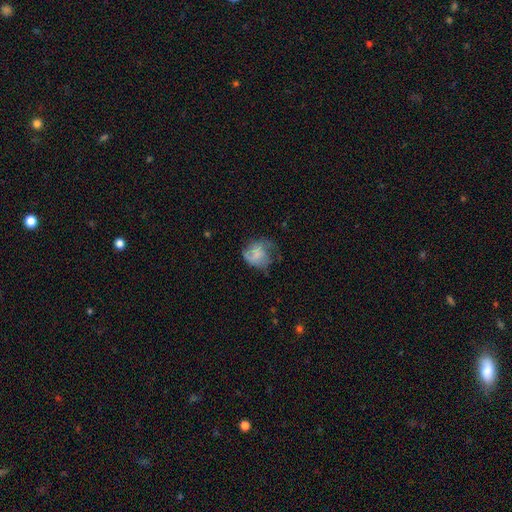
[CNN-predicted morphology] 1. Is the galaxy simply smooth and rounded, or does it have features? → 57% smooth, 33% featured or disk, 10% star or artifact.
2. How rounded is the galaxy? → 61% round, 38% in between, 1% cigar-shaped.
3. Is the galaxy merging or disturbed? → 36% none, 32% major disturbance, 30% minor disturbance, 2% merger.